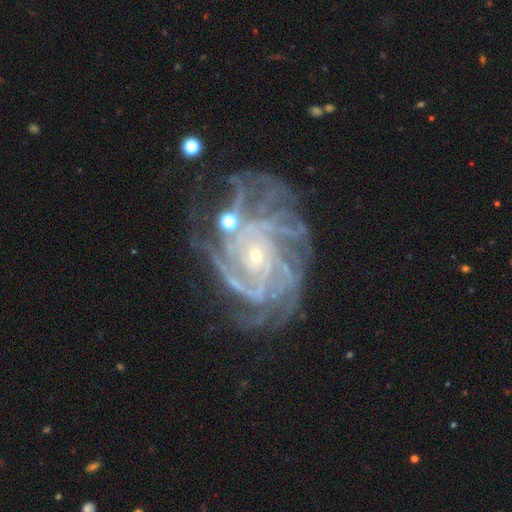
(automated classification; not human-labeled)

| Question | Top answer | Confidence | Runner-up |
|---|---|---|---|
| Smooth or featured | featured or disk | 90% | star or artifact (6%) |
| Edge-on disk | no | 97% | yes (3%) |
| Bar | no | 69% | weak (22%) |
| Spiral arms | yes | 98% | no (2%) |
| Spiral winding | tight | 73% | medium (23%) |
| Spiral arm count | more than 4 | 28% | 4 (25%) |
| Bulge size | small | 81% | moderate (15%) |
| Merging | none | 60% | minor disturbance (20%) |